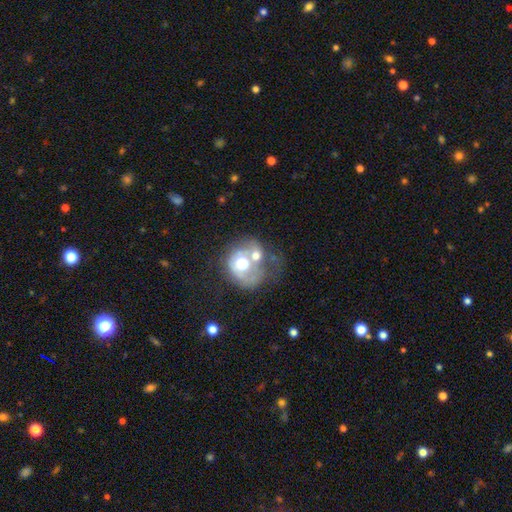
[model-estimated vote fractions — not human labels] smooth_or_featured: featured or disk (p=0.46) [alt: smooth p=0.45]
merging: merger (p=0.56) [alt: major disturbance p=0.17]